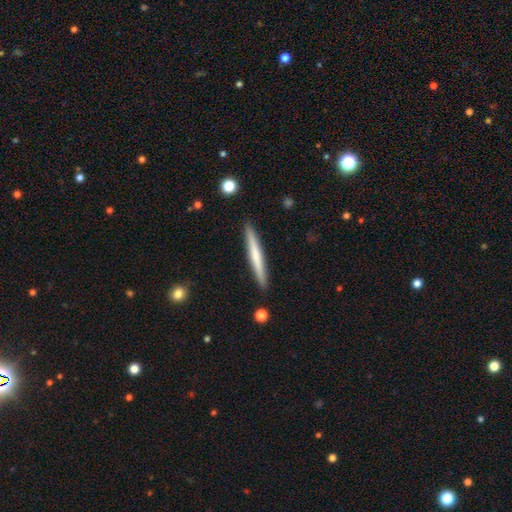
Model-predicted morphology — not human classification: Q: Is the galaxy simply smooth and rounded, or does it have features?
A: smooth — 55%.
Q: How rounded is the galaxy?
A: cigar-shaped — 97%.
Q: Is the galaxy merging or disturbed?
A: none — 92%.